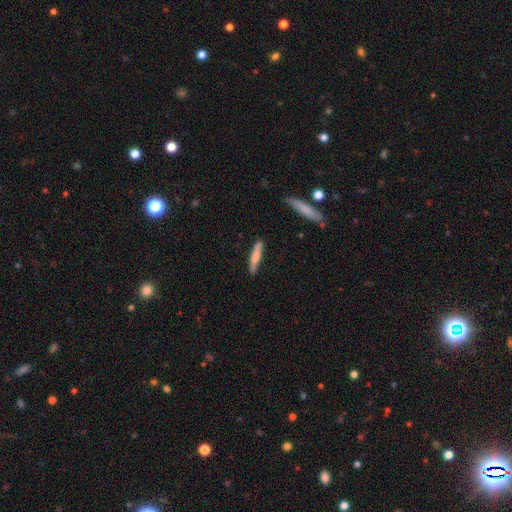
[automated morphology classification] smooth_or_featured: smooth (p=0.69) [alt: featured or disk p=0.26]
how_rounded: cigar-shaped (p=0.89) [alt: in between p=0.10]
merging: none (p=0.79) [alt: minor disturbance p=0.15]